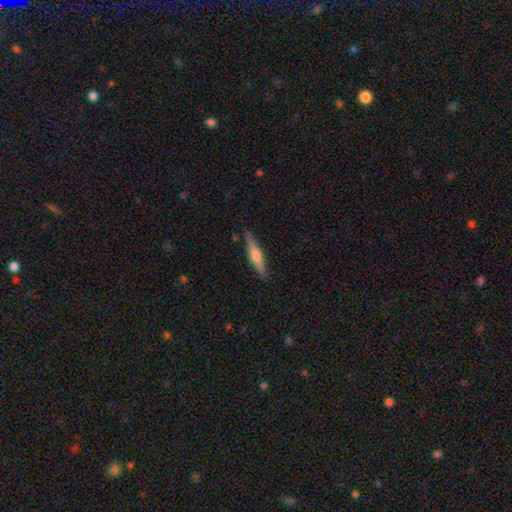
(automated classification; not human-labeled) Overall: featured or disk (53%; smooth 41%). Edge-on disk: yes (96%). Edge-on bulge: rounded (83%). Merging: none (87%).